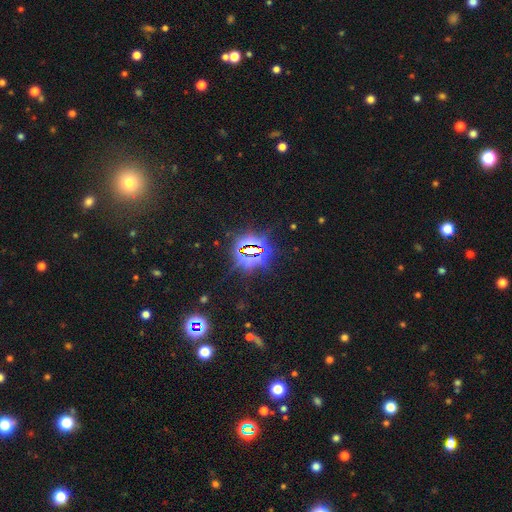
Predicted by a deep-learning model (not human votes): Overall: star or artifact (76%).